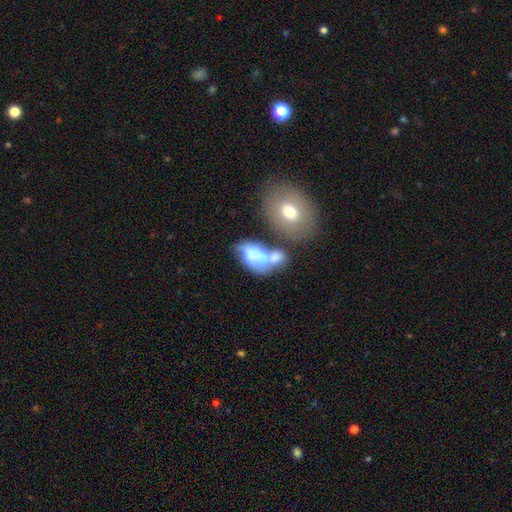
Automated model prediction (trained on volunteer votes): The model was most divided on "smooth or featured": smooth: 61%, featured or disk: 30%, star or artifact: 9%. More confident: how rounded — in between (87%); merging — merger (53%).